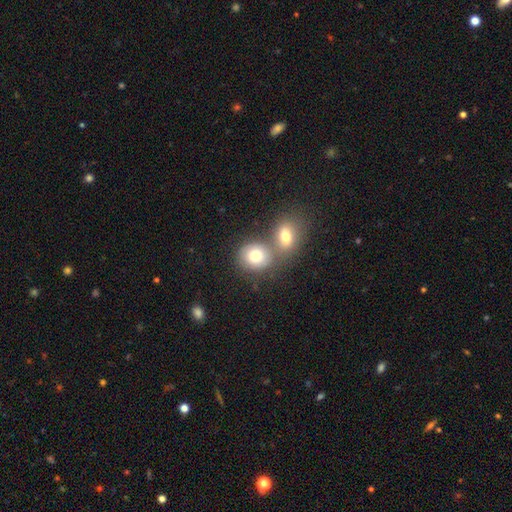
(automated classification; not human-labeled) A smooth galaxy with no disk features (77%) that is round (72%).

Vote fractions:
- Smooth or featured? smooth: 77% / featured or disk: 13% / star or artifact: 10%
- How rounded? round: 72% / in between: 27% / cigar-shaped: 1%
- Merging? none: 44% / merger: 43% / minor disturbance: 9% / major disturbance: 4%